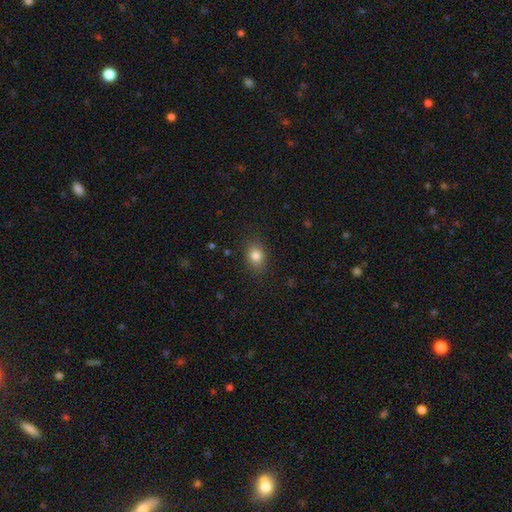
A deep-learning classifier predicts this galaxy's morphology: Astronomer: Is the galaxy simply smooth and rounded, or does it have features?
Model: smooth — 82%.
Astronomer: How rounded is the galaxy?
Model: in between — 63%.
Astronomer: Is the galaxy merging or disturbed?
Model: none — 86%.